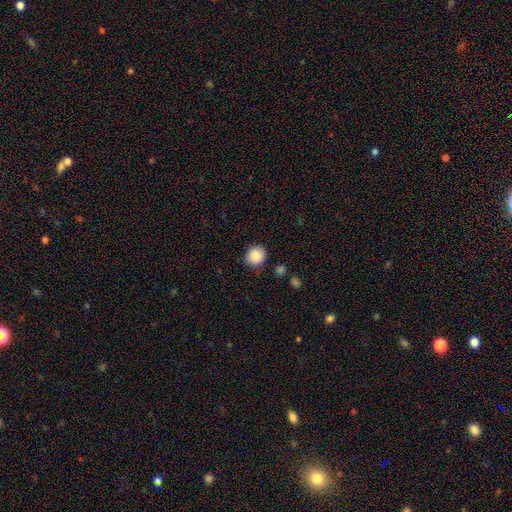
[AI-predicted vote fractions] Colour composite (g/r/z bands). It shows a smooth galaxy with no disk features (86%) that is round (81%). Merging: none (85%).